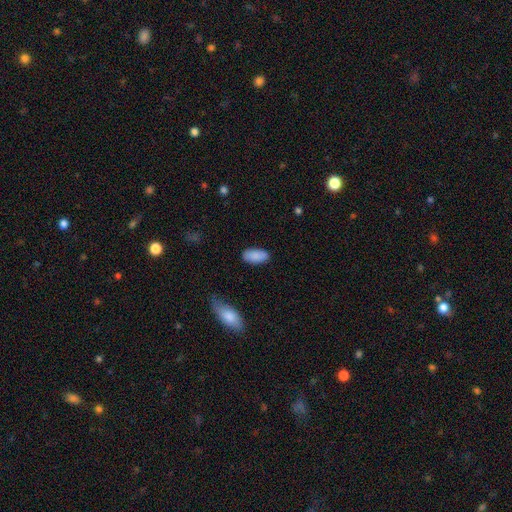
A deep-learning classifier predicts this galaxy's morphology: A smooth galaxy with no disk features (87%) that is in between round and cigar-shaped (93%).

Vote fractions:
- Smooth or featured? smooth: 87% / star or artifact: 7% / featured or disk: 7%
- How rounded? in between: 93% / cigar-shaped: 5% / round: 2%
- Merging? none: 83% / minor disturbance: 12% / major disturbance: 3% / merger: 2%